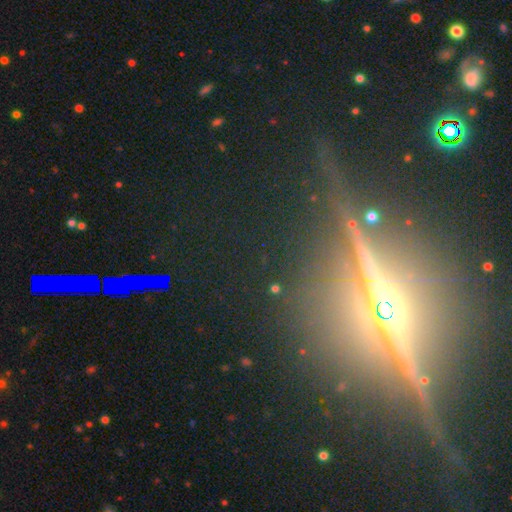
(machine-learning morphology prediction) A star or artifact, not a galaxy (56%).

Vote fractions:
- Smooth or featured? star or artifact: 56% / featured or disk: 34% / smooth: 11%